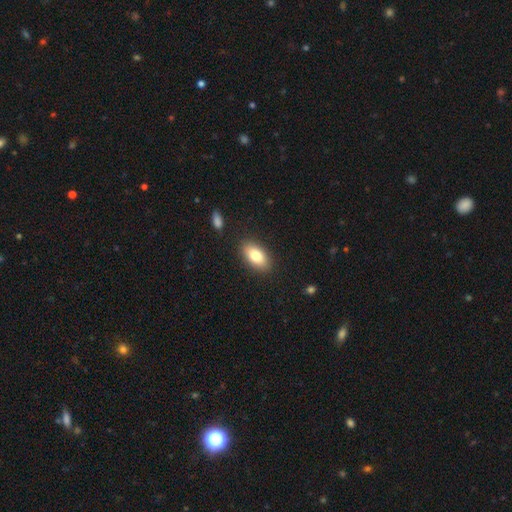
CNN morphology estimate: A smooth galaxy with no disk features (82%) that is in between round and cigar-shaped (92%). Merging: none (87%).